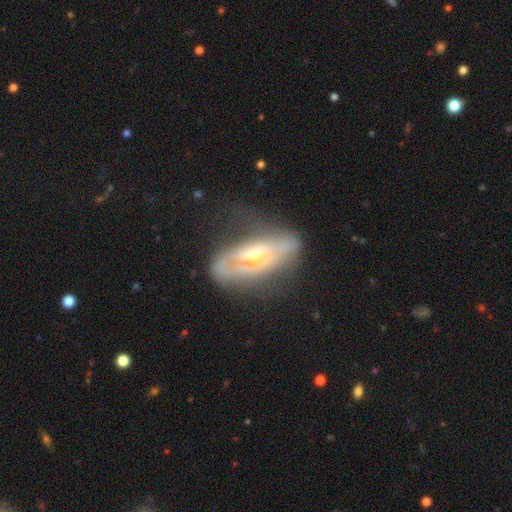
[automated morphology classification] Smooth or featured? Predicted: featured or disk (p=0.68). Edge-on disk? Predicted: no (p=0.65). Merging? Predicted: none (p=0.45).